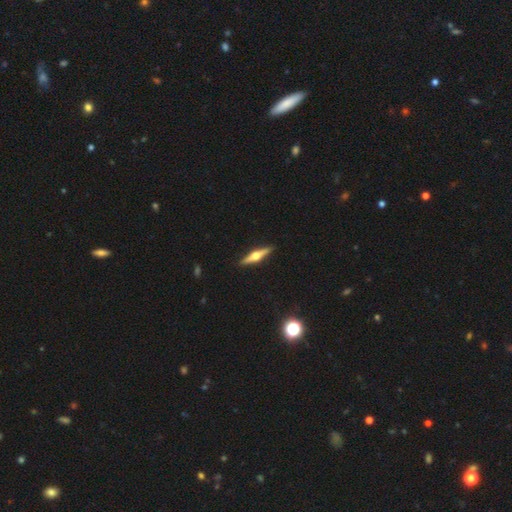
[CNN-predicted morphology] Smooth or featured? Predicted: featured or disk (p=0.72). Edge-on disk? Predicted: yes (p=0.98). Edge-on bulge? Predicted: rounded (p=0.96). Merging? Predicted: none (p=0.92).